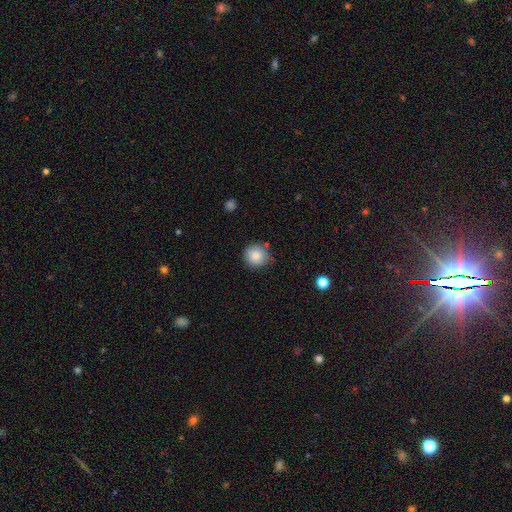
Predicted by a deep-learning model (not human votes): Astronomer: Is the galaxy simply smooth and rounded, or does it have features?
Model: smooth — 85%.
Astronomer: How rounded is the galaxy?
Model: round — 92%.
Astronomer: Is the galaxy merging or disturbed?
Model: none — 77%.